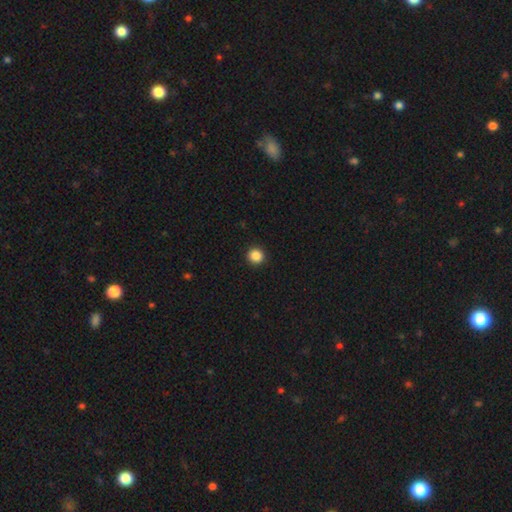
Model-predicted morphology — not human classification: smooth 87%, star or artifact 11%, featured or disk 3%. Down the decision tree: how rounded — round (95%); merging — none (94%).